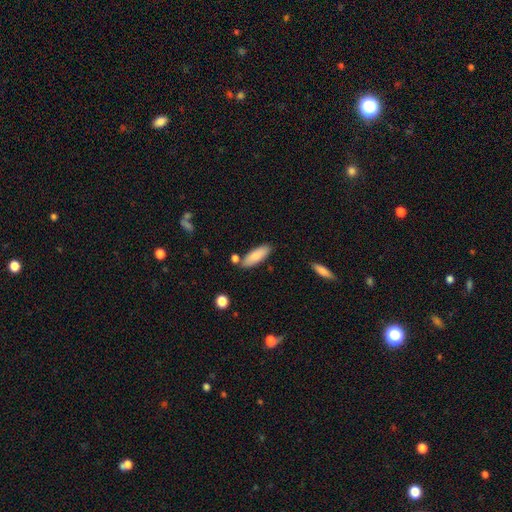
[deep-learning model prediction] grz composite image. It shows a smooth galaxy with no disk features (85%) that is in between round and cigar-shaped (64%). Merging: none (78%).